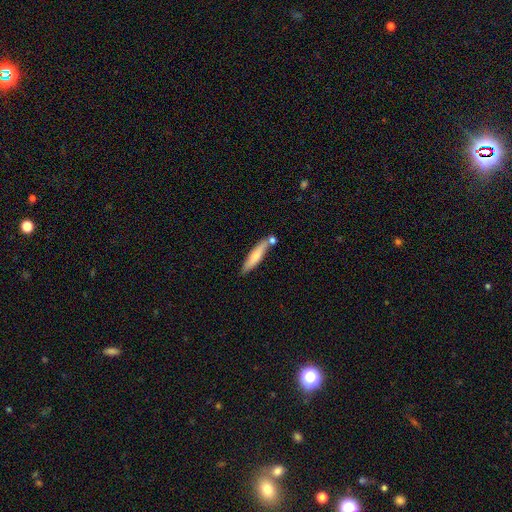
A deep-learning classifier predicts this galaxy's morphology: smooth 67%, featured or disk 27%, star or artifact 6%. Down the decision tree: how rounded — cigar-shaped (84%); merging — none (66%).